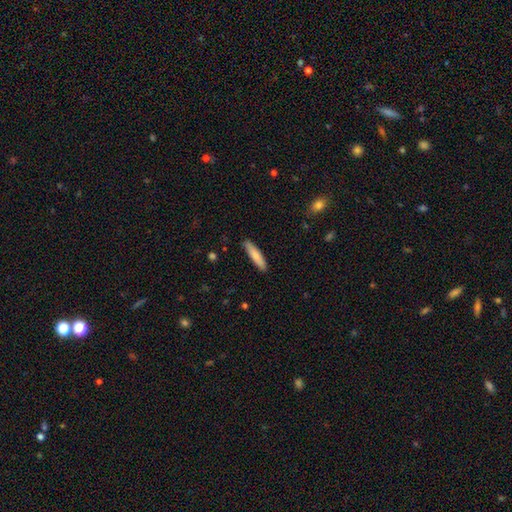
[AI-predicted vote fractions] A smooth galaxy with no disk features (79%) that is cigar-shaped (84%).

Vote fractions:
- Smooth or featured? smooth: 79% / featured or disk: 15% / star or artifact: 5%
- How rounded? cigar-shaped: 84% / in between: 15% / round: 1%
- Merging? none: 88% / minor disturbance: 9% / major disturbance: 2% / merger: 1%